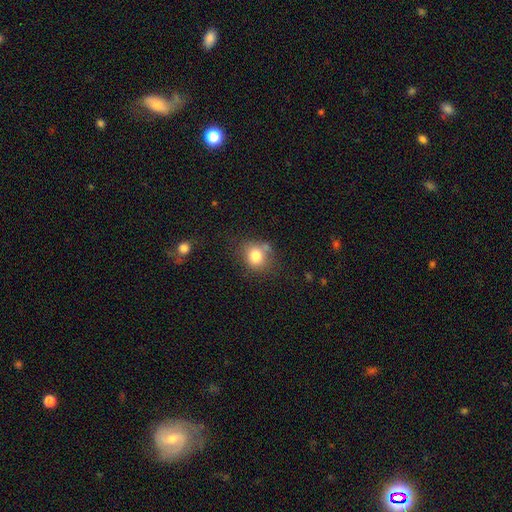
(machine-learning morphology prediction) Smooth or featured?
  - smooth: 80% *
  - star or artifact: 11%
  - featured or disk: 9%
How rounded?
  - round: 69% *
  - in between: 30%
  - cigar-shaped: 1%
Merging?
  - none: 65% *
  - minor disturbance: 19%
  - merger: 10%
  - major disturbance: 6%